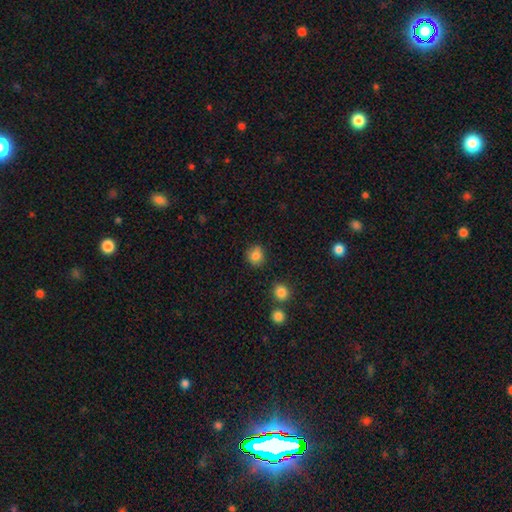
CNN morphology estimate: Smooth or featured?
  - smooth: 84% *
  - star or artifact: 11%
  - featured or disk: 6%
How rounded?
  - round: 85% *
  - in between: 14%
  - cigar-shaped: 1%
Merging?
  - none: 82% *
  - minor disturbance: 12%
  - merger: 4%
  - major disturbance: 3%